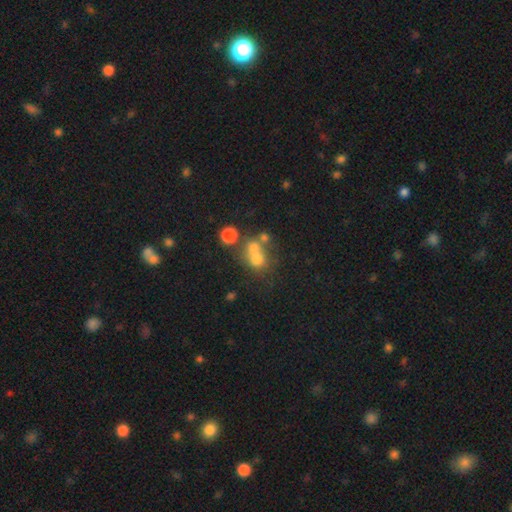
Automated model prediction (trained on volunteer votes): Smooth or featured: smooth — 63% (featured or disk — 20%)
How rounded: round — 72% (in between — 27%)
Merging: merger — 52% (none — 32%)